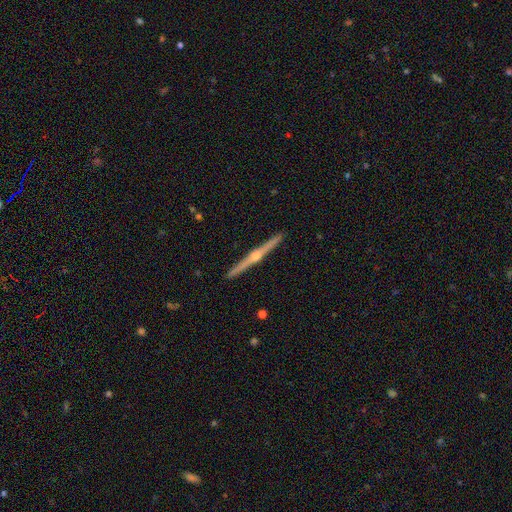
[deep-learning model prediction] A featured or disk galaxy (85%) viewed edge-on (99%) with a rounded central bulge (93%).

Vote fractions:
- Smooth or featured? featured or disk: 85% / smooth: 11% / star or artifact: 5%
- Edge-on disk? yes: 99% / no: 1%
- Edge-on bulge? rounded: 93% / none: 4% / boxy: 3%
- Merging? none: 93% / minor disturbance: 4% / major disturbance: 1% / merger: 1%